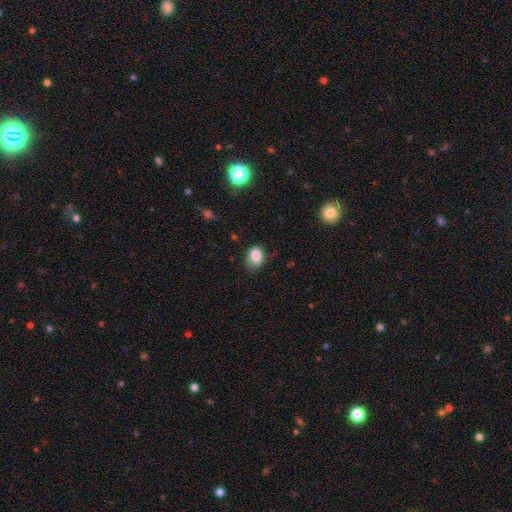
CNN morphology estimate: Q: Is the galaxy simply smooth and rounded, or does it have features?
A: smooth — 86%.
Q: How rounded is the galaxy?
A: in between — 71%.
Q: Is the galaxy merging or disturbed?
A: none — 64%.